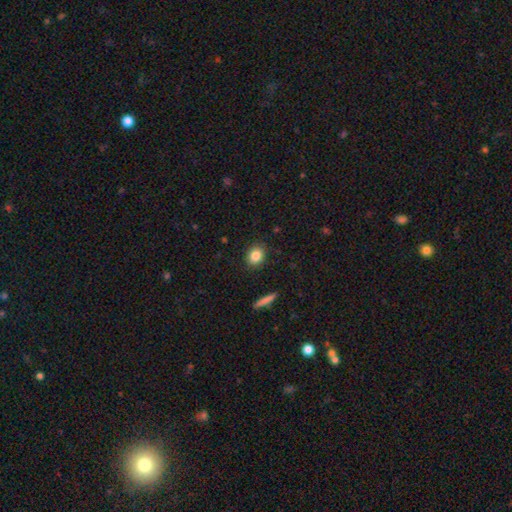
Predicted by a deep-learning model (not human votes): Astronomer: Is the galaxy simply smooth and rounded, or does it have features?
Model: smooth — 84%.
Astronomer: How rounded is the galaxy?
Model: round — 59% (runner-up: in between, 39%).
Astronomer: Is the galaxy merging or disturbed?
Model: none — 89%.